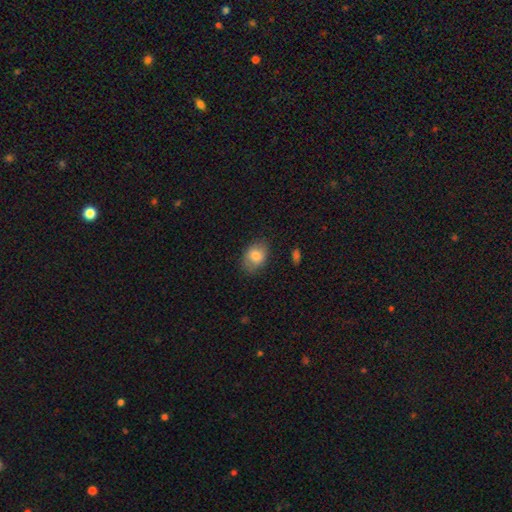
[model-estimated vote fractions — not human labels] smooth 78%, featured or disk 14%, star or artifact 8%. Down the decision tree: how rounded — in between (70%); merging — none (75%).